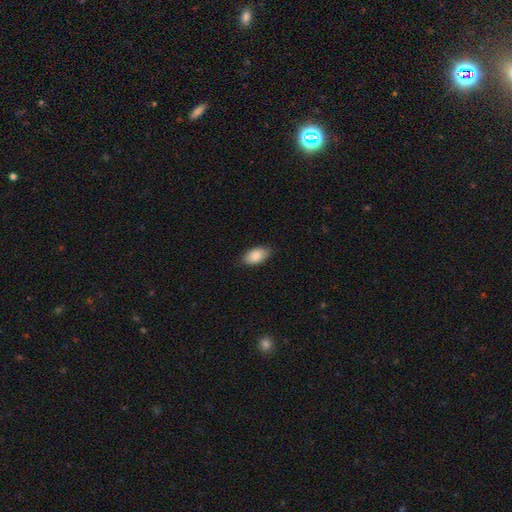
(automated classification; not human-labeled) Smooth or featured? Predicted: smooth (p=0.87). How rounded? Predicted: in between (p=0.94). Merging? Predicted: none (p=0.85).